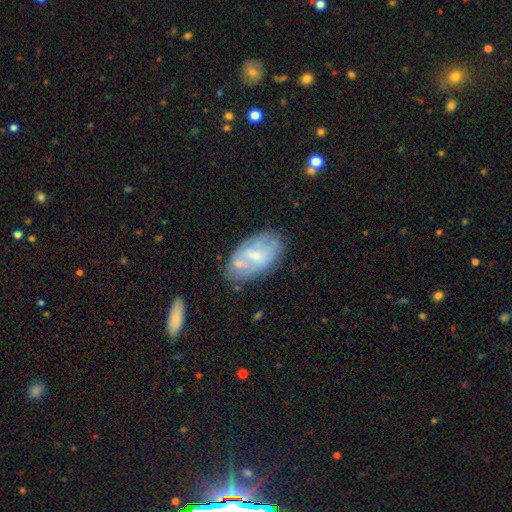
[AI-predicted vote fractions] Overall: featured or disk (47%; smooth 45%). Merging: none (56%; minor disturbance 24%).